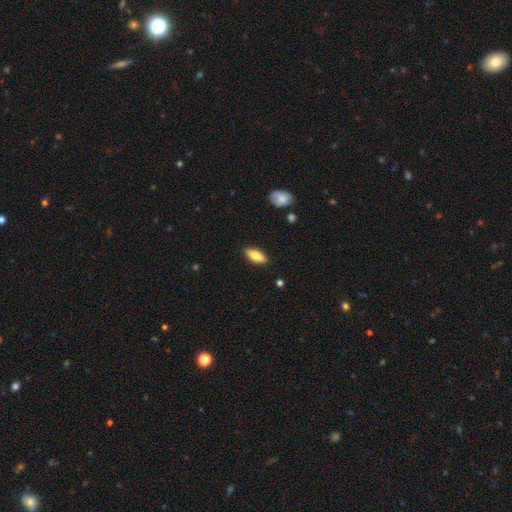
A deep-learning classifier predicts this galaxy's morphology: Smooth or featured: smooth — 78% (featured or disk — 15%)
How rounded: in between — 77% (cigar-shaped — 21%)
Merging: none — 88% (minor disturbance — 9%)